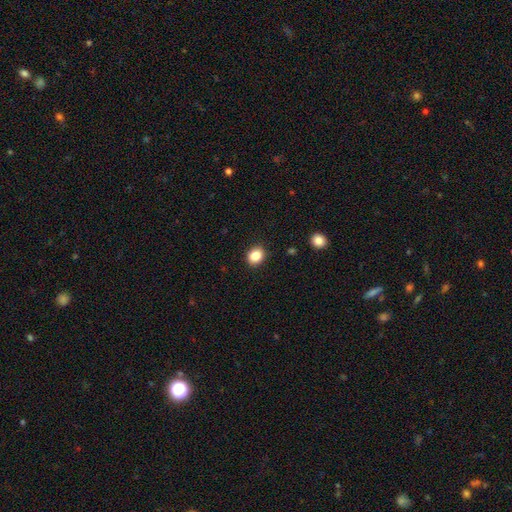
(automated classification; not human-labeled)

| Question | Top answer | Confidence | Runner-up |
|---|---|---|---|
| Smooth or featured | smooth | 86% | star or artifact (9%) |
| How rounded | round | 59% | in between (40%) |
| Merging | none | 90% | minor disturbance (7%) |